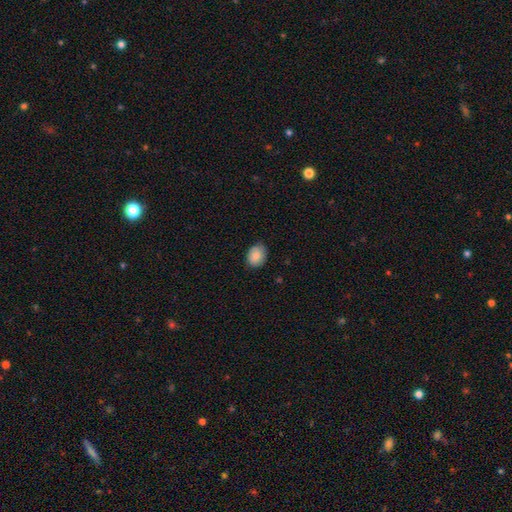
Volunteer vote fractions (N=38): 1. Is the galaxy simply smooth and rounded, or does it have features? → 92% smooth, 5% star or artifact, 3% featured or disk.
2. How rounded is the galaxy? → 51% round, 49% in between, 0% cigar-shaped.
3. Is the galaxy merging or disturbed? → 78% none, 17% minor disturbance, 3% major disturbance, 3% merger.